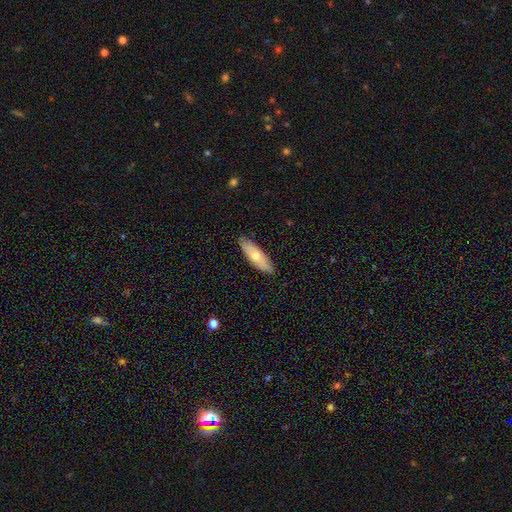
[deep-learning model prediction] Smooth or featured: smooth — 58% (featured or disk — 35%)
How rounded: cigar-shaped — 49% (tied with in between — 49%)
Merging: none — 87% (minor disturbance — 10%)